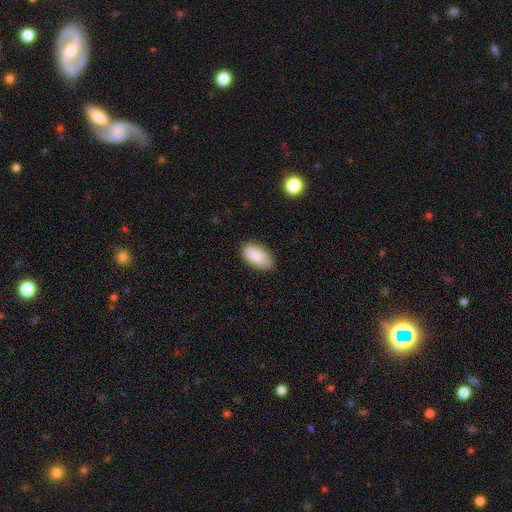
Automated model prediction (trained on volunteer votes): Smooth or featured: smooth — 88% (star or artifact — 6%)
How rounded: in between — 95% (round — 3%)
Merging: none — 85% (minor disturbance — 11%)